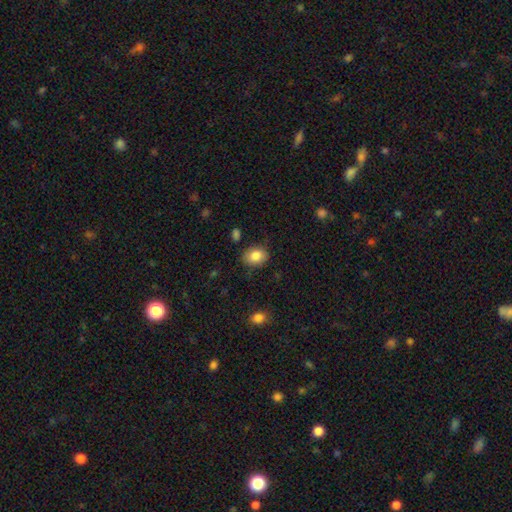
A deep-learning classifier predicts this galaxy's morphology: A smooth galaxy with no disk features (84%) that is in between round and cigar-shaped (61%).

Vote fractions:
- Smooth or featured? smooth: 84% / star or artifact: 8% / featured or disk: 8%
- How rounded? in between: 61% / round: 38% / cigar-shaped: 1%
- Merging? none: 81% / minor disturbance: 14% / major disturbance: 3% / merger: 2%